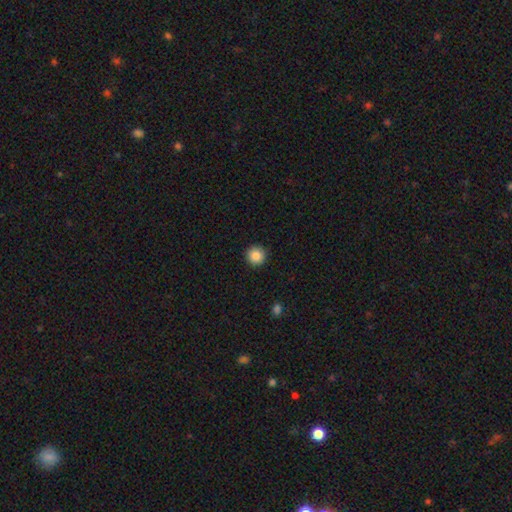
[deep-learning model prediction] smooth 86%, star or artifact 9%, featured or disk 4%. Down the decision tree: how rounded — round (95%); merging — none (92%).